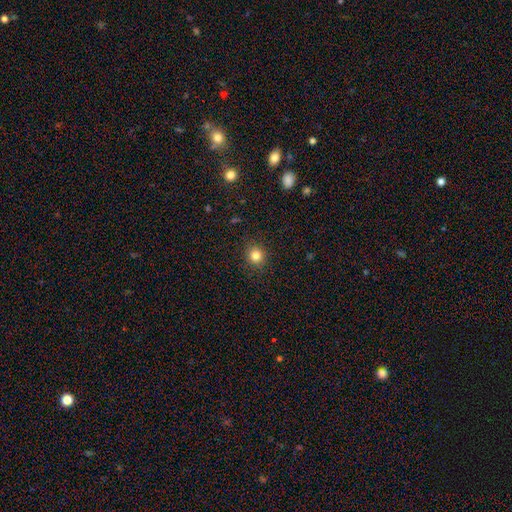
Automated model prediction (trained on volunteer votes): Overall: smooth (83%). How rounded: round (84%). Merging: none (89%).